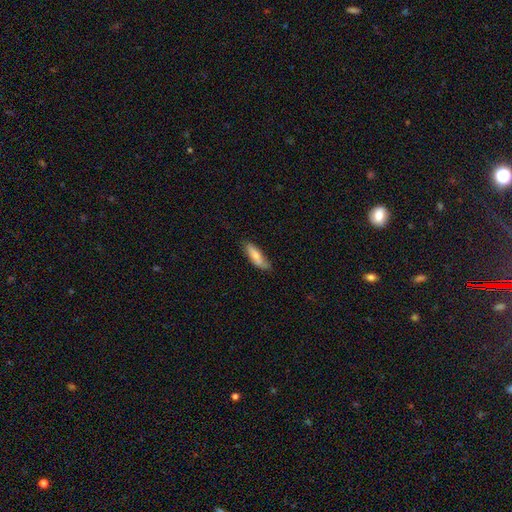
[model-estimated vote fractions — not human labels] Smooth or featured? smooth (74%)
How rounded? cigar-shaped (50%)
Merging? none (70%)